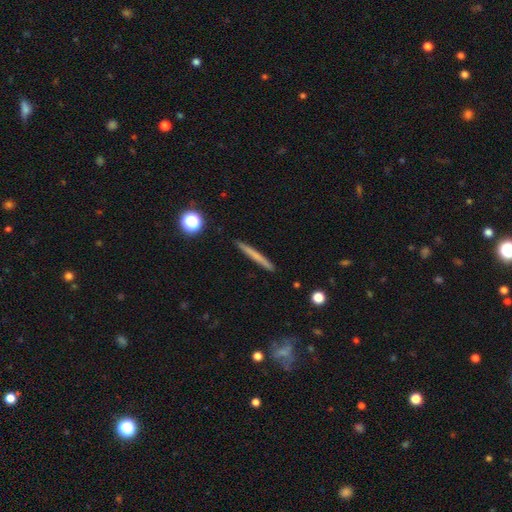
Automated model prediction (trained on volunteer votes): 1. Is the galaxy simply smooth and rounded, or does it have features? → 58% smooth, 34% featured or disk, 7% star or artifact.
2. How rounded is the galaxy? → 96% cigar-shaped, 2% in between, 2% round.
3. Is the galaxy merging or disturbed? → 91% none, 6% minor disturbance, 1% major disturbance, 1% merger.